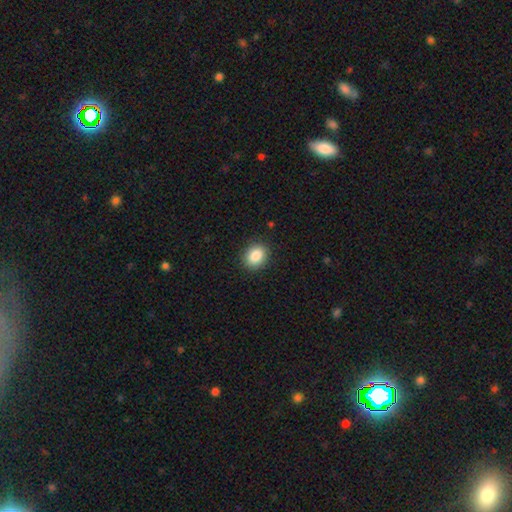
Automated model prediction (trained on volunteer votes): Morphology: type=smooth (87%); roundness=round (51%); merging=none (89%).